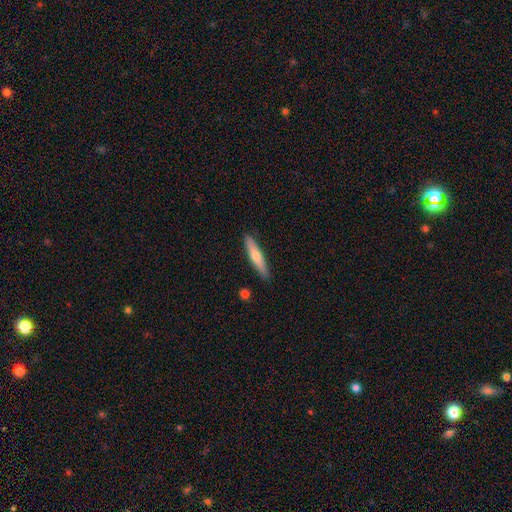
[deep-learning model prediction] smooth-or-featured: smooth: 55% | featured or disk: 39% | star or artifact: 6%
  how-rounded: cigar-shaped: 87% | in between: 11% | round: 2%
  merging: none: 89% | minor disturbance: 8% | major disturbance: 2% | merger: 1%